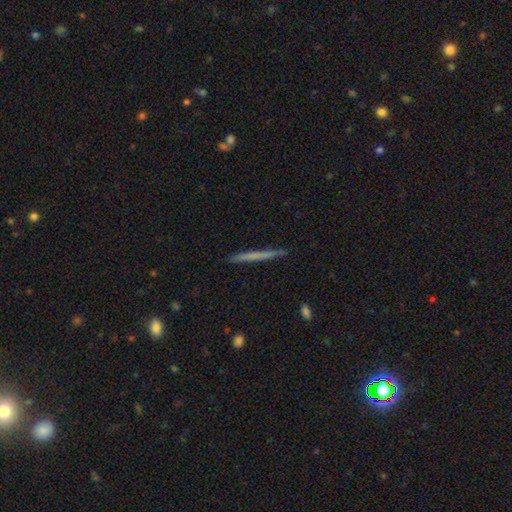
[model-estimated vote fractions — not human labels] Morphology: type=smooth (53%); roundness=cigar-shaped (97%); merging=none (91%).